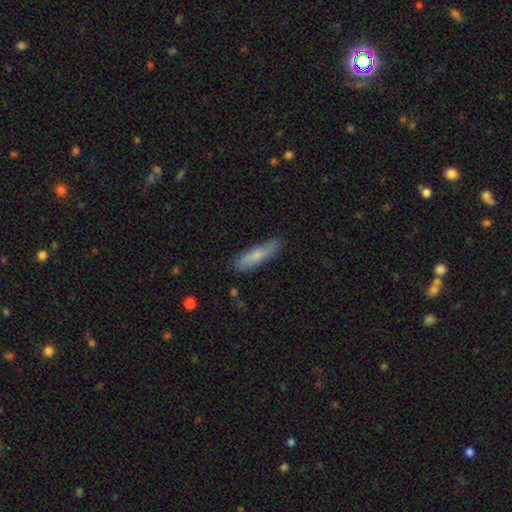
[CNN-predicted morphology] smooth_or_featured: smooth (p=0.69) [alt: featured or disk p=0.25]
how_rounded: cigar-shaped (p=0.75) [alt: in between p=0.23]
merging: none (p=0.80) [alt: minor disturbance p=0.16]